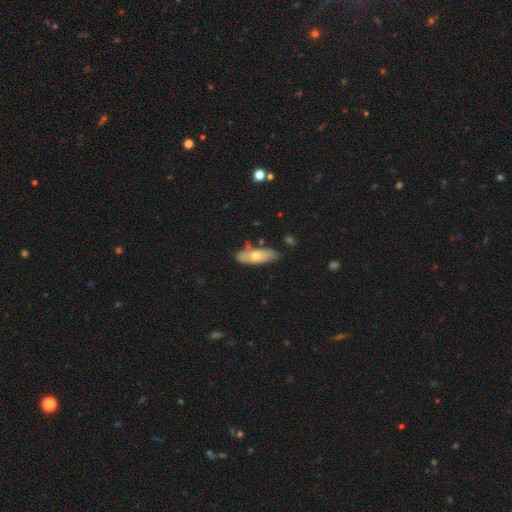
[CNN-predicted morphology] smooth-or-featured: smooth: 59% | featured or disk: 35% | star or artifact: 6%
  how-rounded: in between: 63% | cigar-shaped: 34% | round: 3%
  merging: none: 74% | minor disturbance: 19% | merger: 4% | major disturbance: 3%